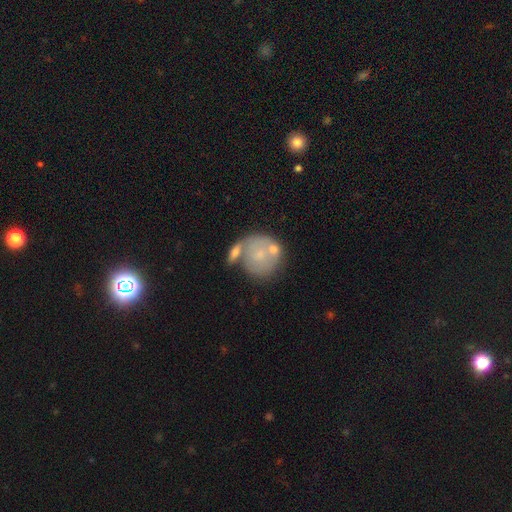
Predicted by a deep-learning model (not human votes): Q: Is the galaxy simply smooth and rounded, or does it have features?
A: smooth — 56%.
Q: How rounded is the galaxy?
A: round — 83%.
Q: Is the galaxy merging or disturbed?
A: none — 41%.